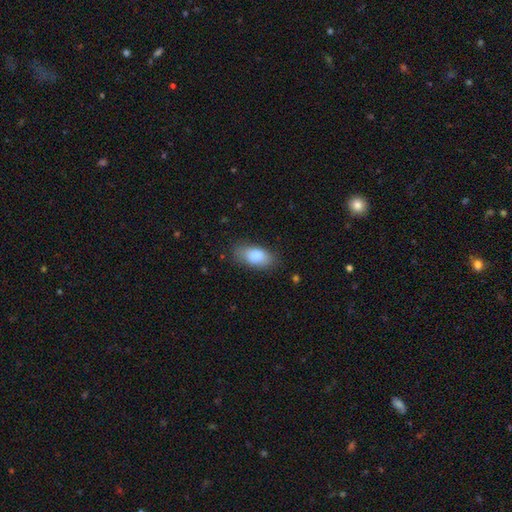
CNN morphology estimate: This appears to be a smooth galaxy with no disk features (85%) that is in between round and cigar-shaped (91%). Merging: none (80%).